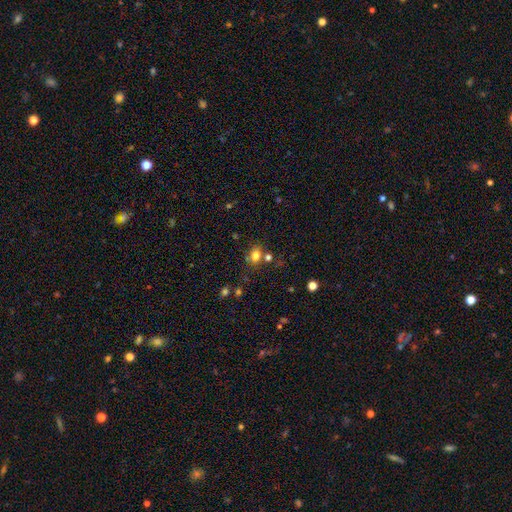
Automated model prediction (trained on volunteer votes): smooth-or-featured: smooth: 76% | star or artifact: 15% | featured or disk: 8%
  how-rounded: in between: 56% | round: 43% | cigar-shaped: 1%
  merging: none: 65% | merger: 16% | minor disturbance: 14% | major disturbance: 5%